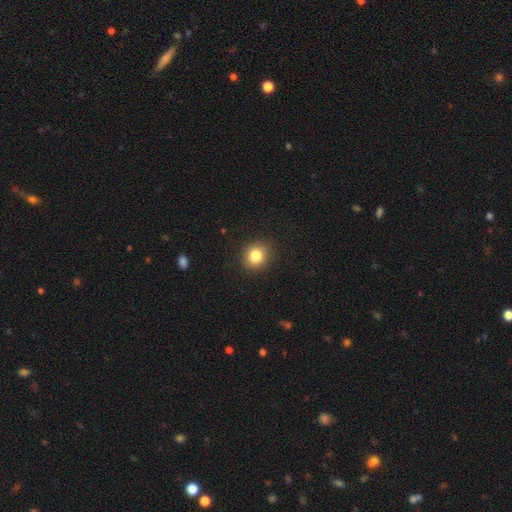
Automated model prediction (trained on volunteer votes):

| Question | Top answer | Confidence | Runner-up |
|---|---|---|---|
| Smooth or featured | smooth | 83% | star or artifact (11%) |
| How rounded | round | 80% | in between (19%) |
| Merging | none | 90% | minor disturbance (6%) |